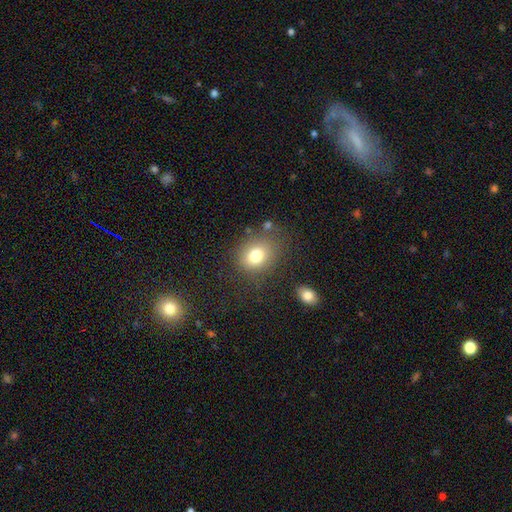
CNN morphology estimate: Smooth or featured? Predicted: smooth (p=0.77). How rounded? Predicted: round (p=0.55). Merging? Predicted: none (p=0.76).